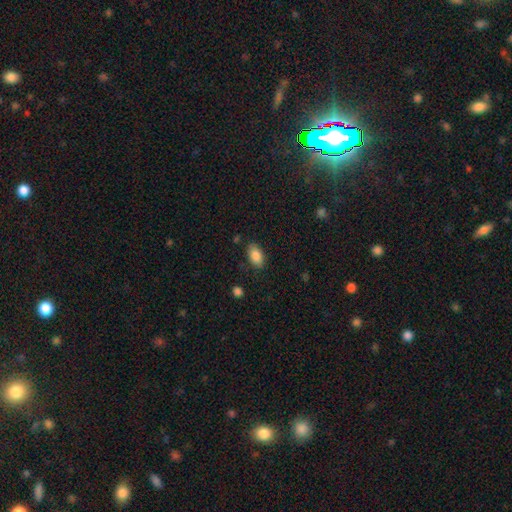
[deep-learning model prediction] Smooth or featured? Predicted: smooth (p=0.87). How rounded? Predicted: in between (p=0.93). Merging? Predicted: none (p=0.82).